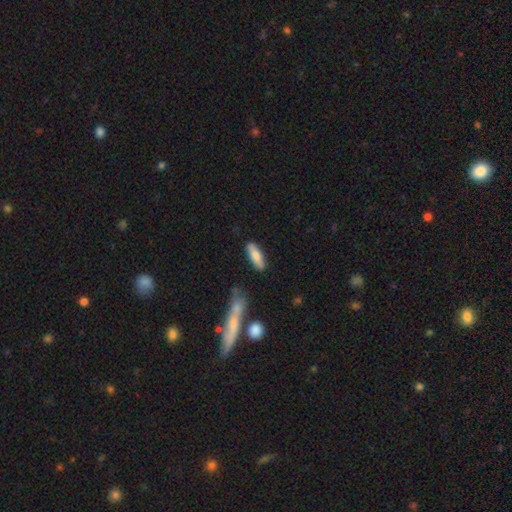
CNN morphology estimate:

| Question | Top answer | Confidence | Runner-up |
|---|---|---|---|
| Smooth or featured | smooth | 79% | featured or disk (15%) |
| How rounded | in between | 51% | cigar-shaped (47%) |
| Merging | none | 82% | minor disturbance (12%) |